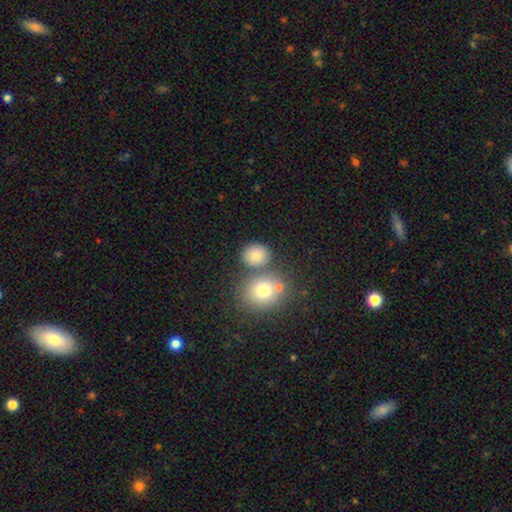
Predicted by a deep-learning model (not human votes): Smooth or featured?
  - smooth: 79% *
  - star or artifact: 12%
  - featured or disk: 9%
How rounded?
  - round: 70% *
  - in between: 29%
  - cigar-shaped: 1%
Merging?
  - none: 69% *
  - merger: 17%
  - minor disturbance: 10%
  - major disturbance: 4%